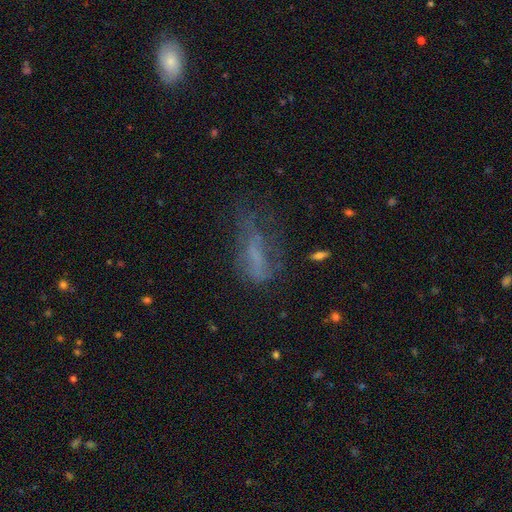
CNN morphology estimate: Overall: smooth (44%; featured or disk 36%). Merging: major disturbance (37%; none 34%).